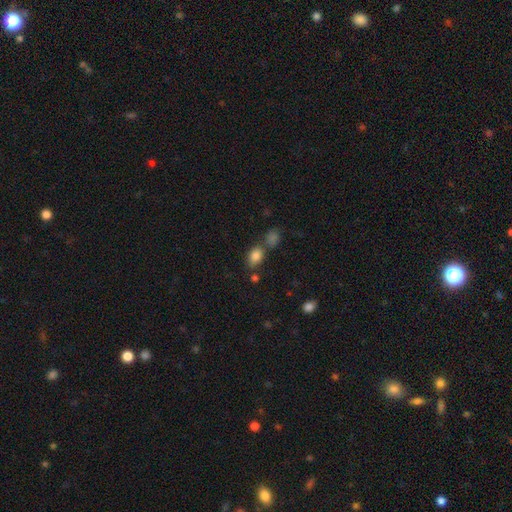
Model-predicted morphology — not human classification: Smooth or featured?
  - smooth: 83% *
  - star or artifact: 10%
  - featured or disk: 7%
How rounded?
  - in between: 80% *
  - round: 19%
  - cigar-shaped: 2%
Merging?
  - none: 59% *
  - merger: 24%
  - minor disturbance: 12%
  - major disturbance: 4%